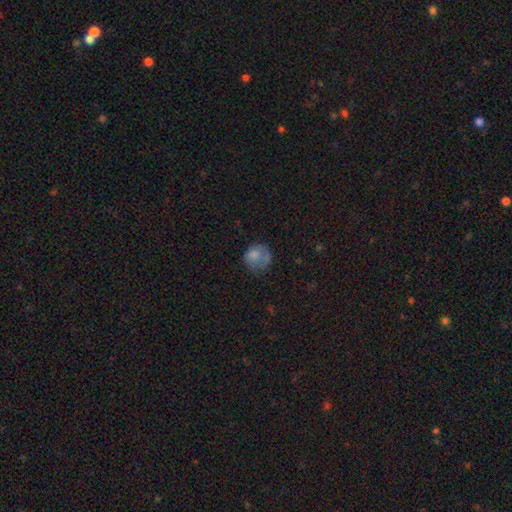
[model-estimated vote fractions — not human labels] smooth 72%, featured or disk 18%, star or artifact 9%. Down the decision tree: how rounded — round (76%); merging — none (48%).